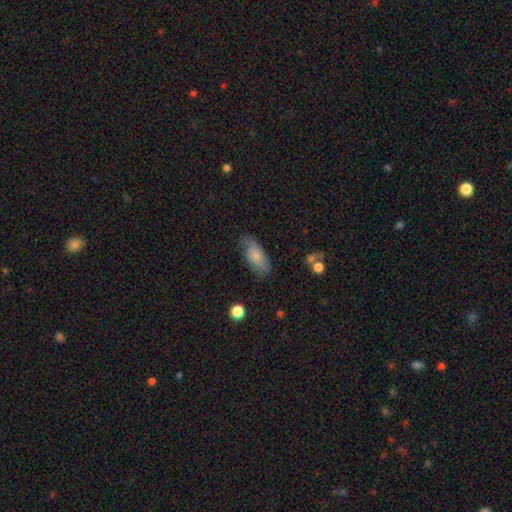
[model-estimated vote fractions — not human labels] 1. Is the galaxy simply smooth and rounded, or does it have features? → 77% smooth, 17% featured or disk, 7% star or artifact.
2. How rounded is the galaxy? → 86% in between, 12% cigar-shaped, 3% round.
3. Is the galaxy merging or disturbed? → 69% none, 23% minor disturbance, 6% major disturbance, 2% merger.